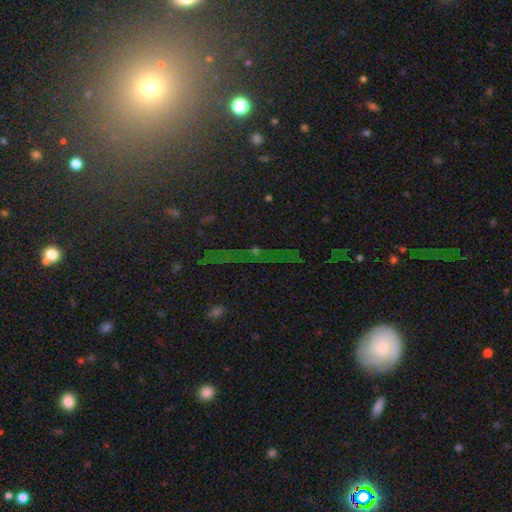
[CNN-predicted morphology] Smooth or featured: star or artifact — 57% (featured or disk — 22%)